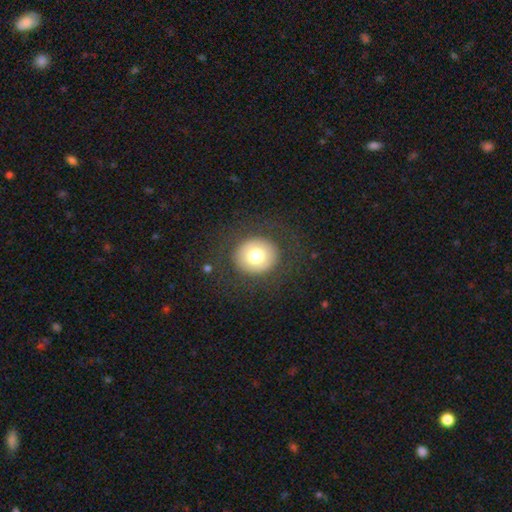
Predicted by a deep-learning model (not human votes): Smooth or featured? Predicted: smooth (p=0.71). How rounded? Predicted: round (p=0.85). Merging? Predicted: none (p=0.84).